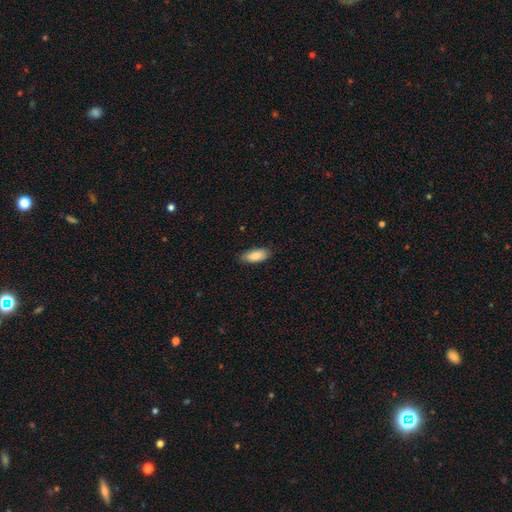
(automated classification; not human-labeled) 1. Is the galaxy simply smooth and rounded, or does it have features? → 87% smooth, 7% featured or disk, 6% star or artifact.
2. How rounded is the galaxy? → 85% in between, 14% cigar-shaped, 2% round.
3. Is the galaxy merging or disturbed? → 83% none, 13% minor disturbance, 2% major disturbance, 1% merger.